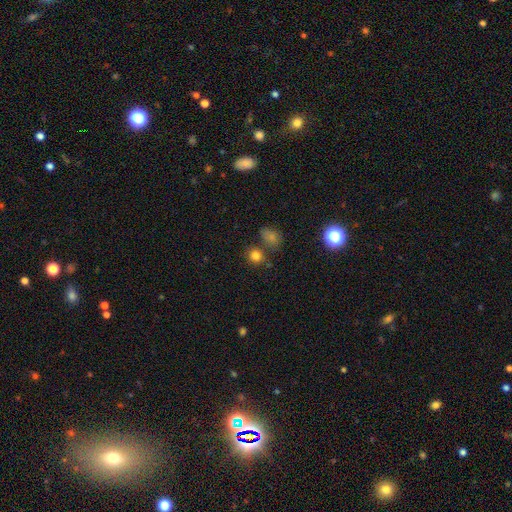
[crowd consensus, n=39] Overall: smooth (90%). How rounded: round (89%). Merging: none (58%; merger 21%).